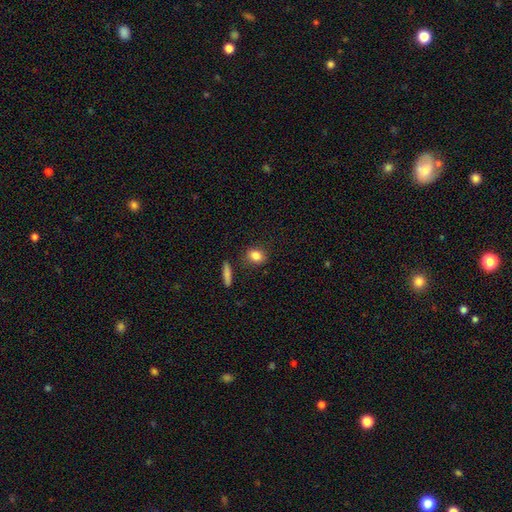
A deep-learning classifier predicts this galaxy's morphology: Smooth or featured?
  - smooth: 84% *
  - star or artifact: 9%
  - featured or disk: 7%
How rounded?
  - in between: 57% *
  - round: 39%
  - cigar-shaped: 4%
Merging?
  - none: 84% *
  - minor disturbance: 10%
  - merger: 3%
  - major disturbance: 3%